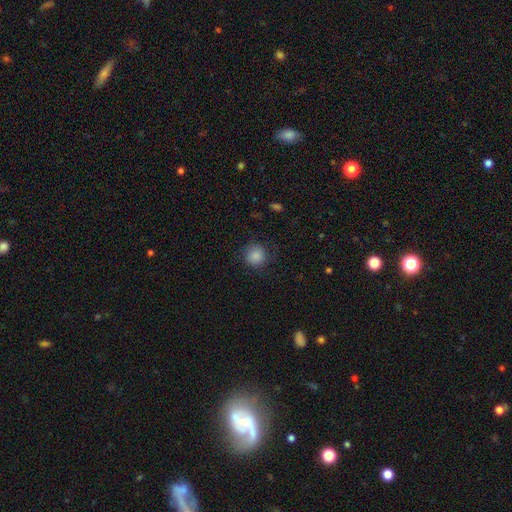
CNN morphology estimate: Smooth or featured? Predicted: smooth (p=0.86). How rounded? Predicted: round (p=0.92). Merging? Predicted: none (p=0.83).